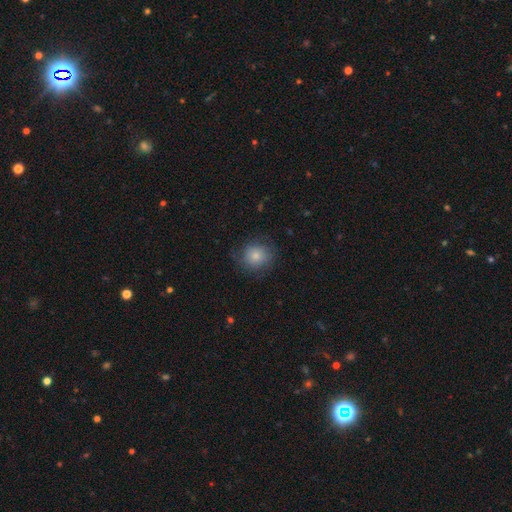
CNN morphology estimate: The model was most divided on "merging": none: 76%, minor disturbance: 17%, major disturbance: 6%, merger: 1%. More confident: how rounded — round (86%); smooth or featured — smooth (82%).